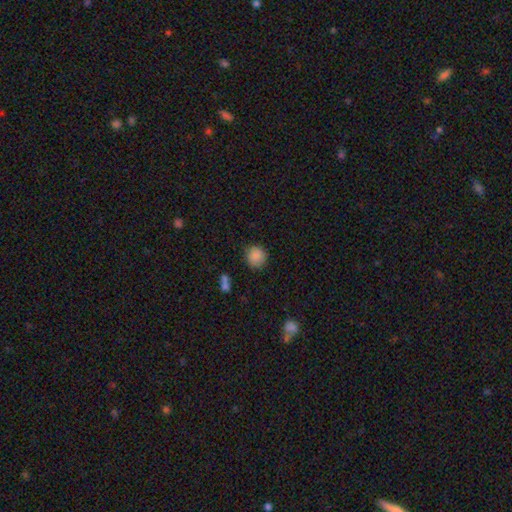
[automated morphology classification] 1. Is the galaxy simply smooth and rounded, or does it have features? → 87% smooth, 9% star or artifact, 4% featured or disk.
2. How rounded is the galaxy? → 91% round, 8% in between, 1% cigar-shaped.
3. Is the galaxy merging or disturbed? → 84% none, 11% minor disturbance, 3% major disturbance, 2% merger.